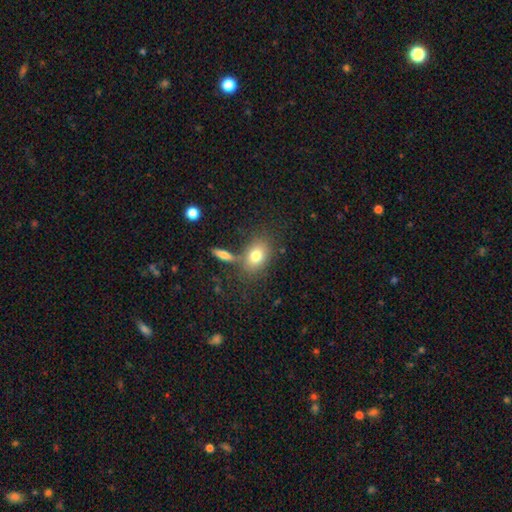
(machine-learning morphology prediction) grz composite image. It shows a smooth galaxy with no disk features (77%) that is in between round and cigar-shaped (69%). Merging: none (66%).